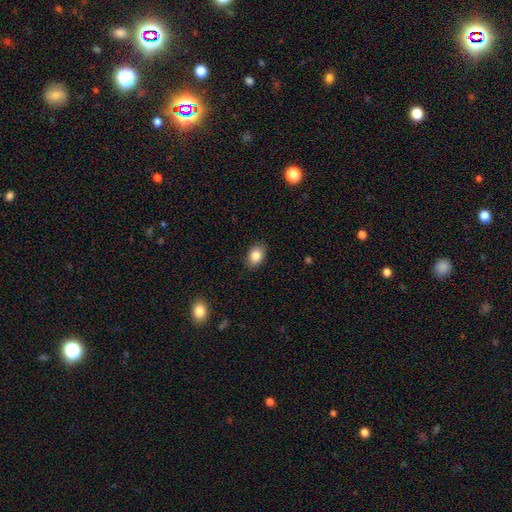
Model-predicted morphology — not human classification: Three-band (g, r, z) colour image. It shows a smooth galaxy with no disk features (84%) that is in between round and cigar-shaped (77%). Merging: none (87%).